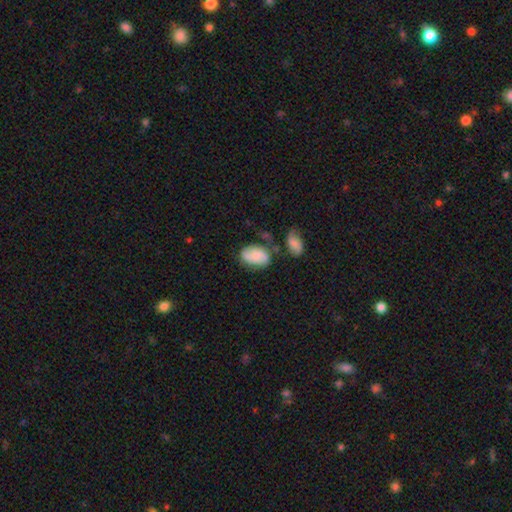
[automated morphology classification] The model was most divided on "merging": none: 57%, minor disturbance: 23%, merger: 12%, major disturbance: 8%. More confident: how rounded — in between (88%); smooth or featured — smooth (64%).